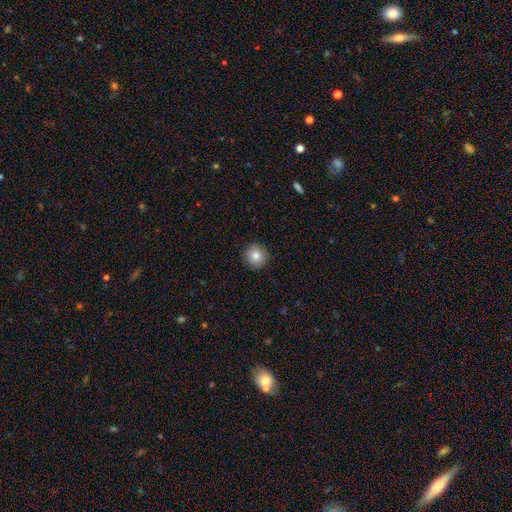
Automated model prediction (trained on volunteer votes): Smooth or featured? Predicted: smooth (p=0.83). How rounded? Predicted: round (p=0.94). Merging? Predicted: none (p=0.91).